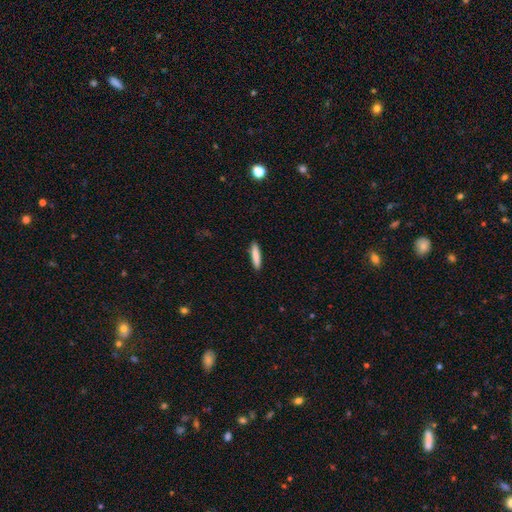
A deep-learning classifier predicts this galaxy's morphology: smooth-or-featured: smooth: 86% | featured or disk: 9% | star or artifact: 6%
  how-rounded: cigar-shaped: 87% | in between: 12% | round: 1%
  merging: none: 91% | minor disturbance: 6% | major disturbance: 2% | merger: 1%